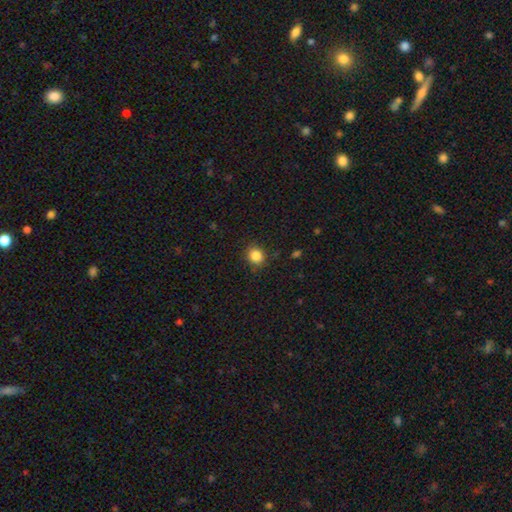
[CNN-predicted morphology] smooth_or_featured: smooth (p=0.85) [alt: star or artifact p=0.11]
how_rounded: round (p=0.74) [alt: in between p=0.25]
merging: none (p=0.87) [alt: minor disturbance p=0.09]